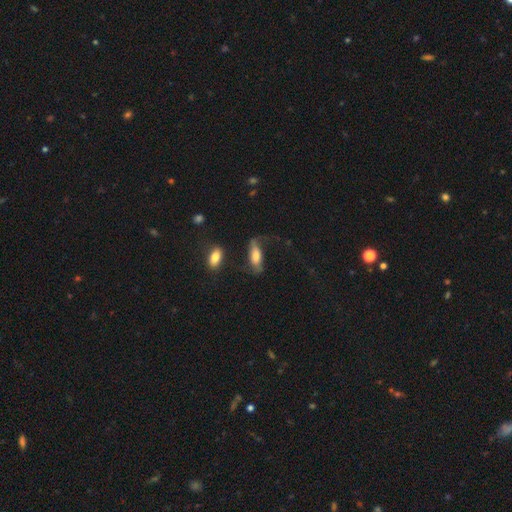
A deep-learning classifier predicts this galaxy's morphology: This appears to be a smooth galaxy with no disk features (57%) that is in between round and cigar-shaped (70%). Merging: none (44%).